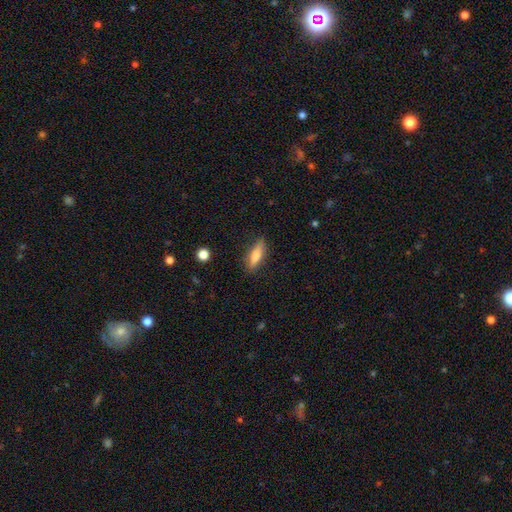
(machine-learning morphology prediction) Q: Smooth or featured?
A: smooth (69%); runner-up: featured or disk (24%)
Q: How rounded?
A: cigar-shaped (59%); runner-up: in between (38%)
Q: Merging?
A: none (83%); runner-up: minor disturbance (13%)